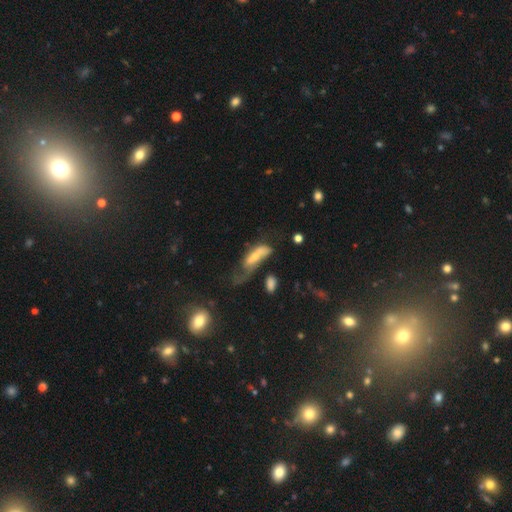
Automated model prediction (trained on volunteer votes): smooth-or-featured: smooth: 50% | featured or disk: 42% | star or artifact: 8%
  merging: major disturbance: 49% | none: 19% | minor disturbance: 18% | merger: 14%